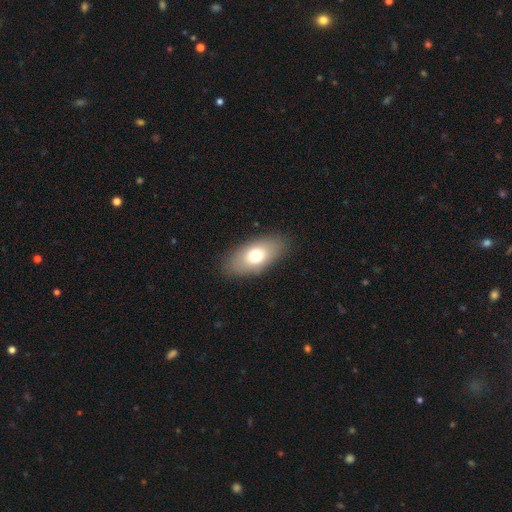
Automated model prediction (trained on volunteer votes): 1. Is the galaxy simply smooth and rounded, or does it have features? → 72% smooth, 20% featured or disk, 8% star or artifact.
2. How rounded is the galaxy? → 90% in between, 5% cigar-shaped, 5% round.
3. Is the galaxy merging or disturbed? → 85% none, 10% minor disturbance, 3% major disturbance, 1% merger.